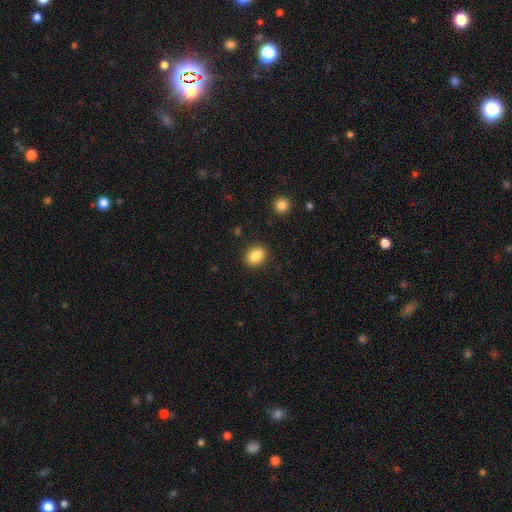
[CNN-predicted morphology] Smooth or featured? Predicted: smooth (p=0.85). How rounded? Predicted: in between (p=0.60). Merging? Predicted: none (p=0.89).